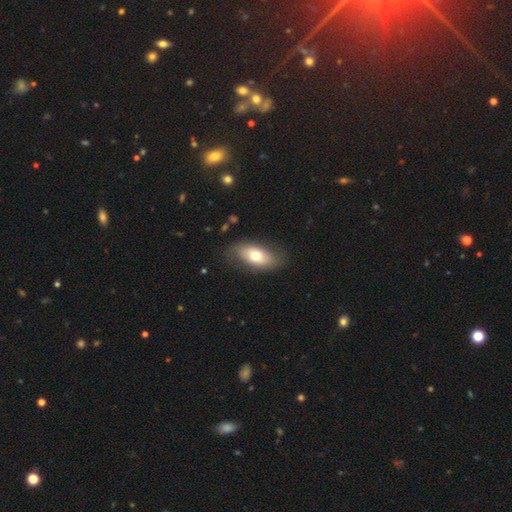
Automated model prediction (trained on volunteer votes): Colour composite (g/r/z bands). It shows a smooth galaxy with no disk features (68%) that is in between round and cigar-shaped (89%). Merging: none (77%).